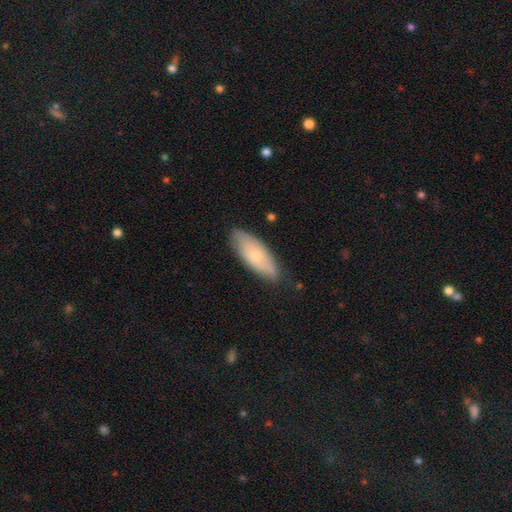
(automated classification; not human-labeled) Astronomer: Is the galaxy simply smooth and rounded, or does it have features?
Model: smooth — 64%.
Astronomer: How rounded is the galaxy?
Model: in between — 75%.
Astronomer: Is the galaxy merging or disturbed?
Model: none — 78%.